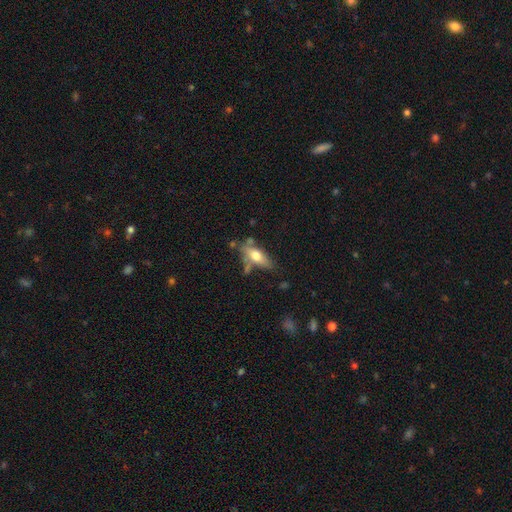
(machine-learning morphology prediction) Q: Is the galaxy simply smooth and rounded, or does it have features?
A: smooth — 61%.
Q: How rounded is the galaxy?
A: in between — 73%.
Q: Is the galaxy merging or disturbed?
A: none — 50%.